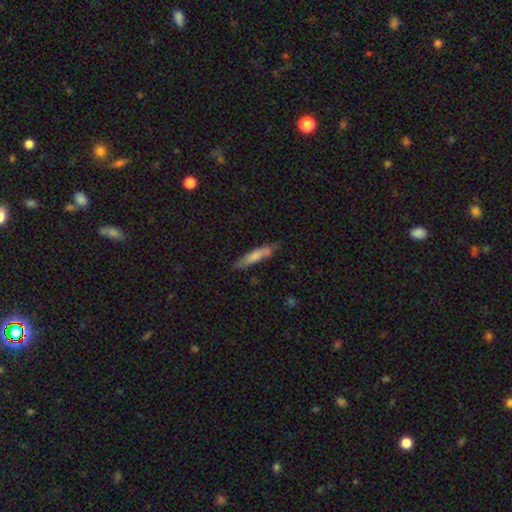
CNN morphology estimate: Smooth or featured? smooth (68%)
How rounded? cigar-shaped (88%)
Merging? none (74%)